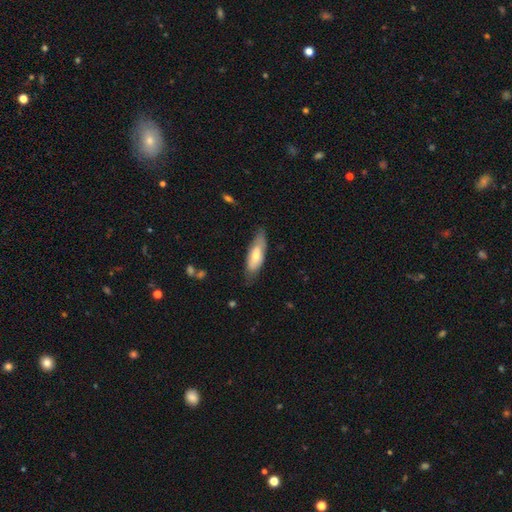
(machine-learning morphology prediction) Smooth or featured: smooth — 63% (featured or disk — 32%)
How rounded: in between — 60% (cigar-shaped — 38%)
Merging: none — 69% (minor disturbance — 24%)